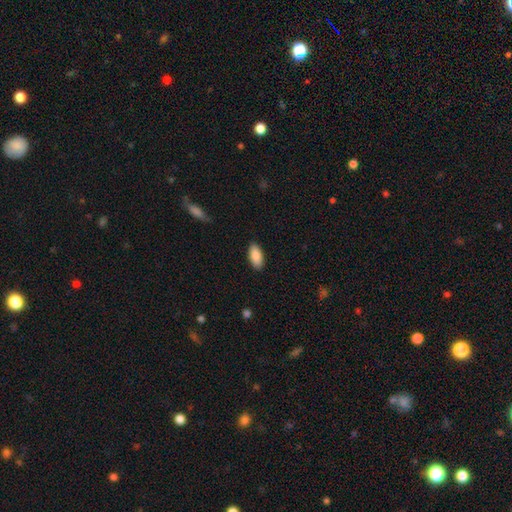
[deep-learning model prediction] smooth 89%, star or artifact 6%, featured or disk 5%. Down the decision tree: how rounded — in between (92%); merging — none (89%).